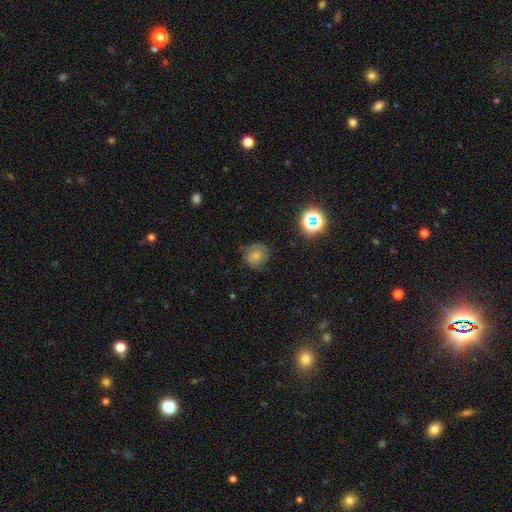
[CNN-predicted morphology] A featured or disk galaxy (43%).

Vote fractions:
- Smooth or featured? featured or disk: 43% / smooth: 42% / star or artifact: 15%
- Merging? none: 69% / minor disturbance: 22% / major disturbance: 8% / merger: 2%